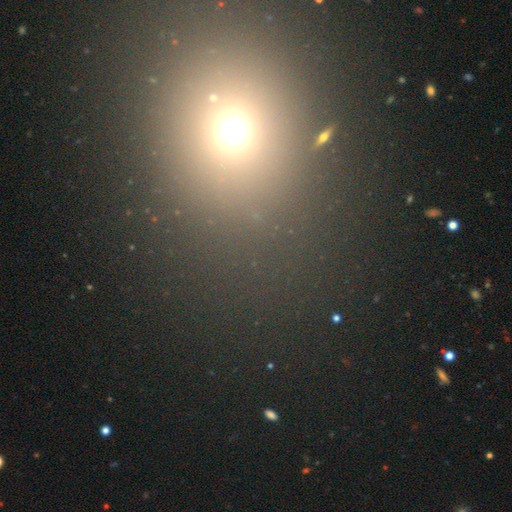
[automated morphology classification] The model was most divided on "smooth or featured": smooth: 53%, star or artifact: 39%, featured or disk: 9%. More confident: merging — none (82%); how rounded — round (73%).